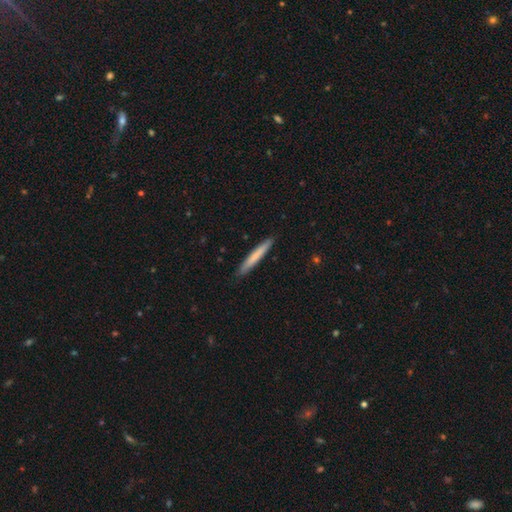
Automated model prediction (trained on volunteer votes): Overall: smooth (73%). How rounded: cigar-shaped (96%). Merging: none (91%).